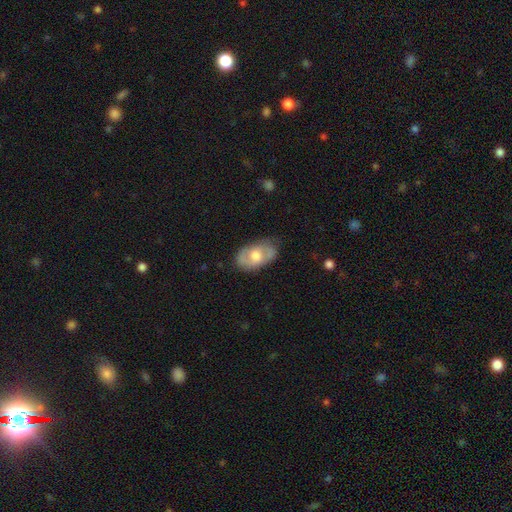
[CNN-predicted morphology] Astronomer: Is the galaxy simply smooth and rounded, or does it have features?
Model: featured or disk — 51% (runner-up: smooth, 43%).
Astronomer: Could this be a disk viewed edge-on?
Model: no — 91%.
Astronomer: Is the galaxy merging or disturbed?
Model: none — 71%.